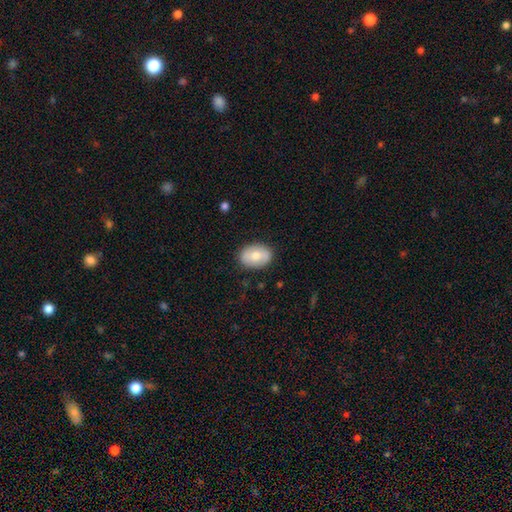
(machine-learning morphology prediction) Smooth or featured? smooth (69%)
How rounded? in between (78%)
Merging? none (86%)